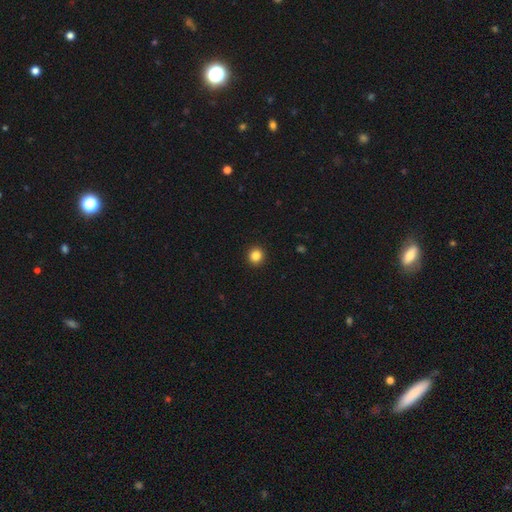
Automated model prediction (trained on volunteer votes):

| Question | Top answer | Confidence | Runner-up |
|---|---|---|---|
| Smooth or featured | smooth | 85% | star or artifact (11%) |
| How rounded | round | 92% | in between (7%) |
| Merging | none | 94% | minor disturbance (4%) |